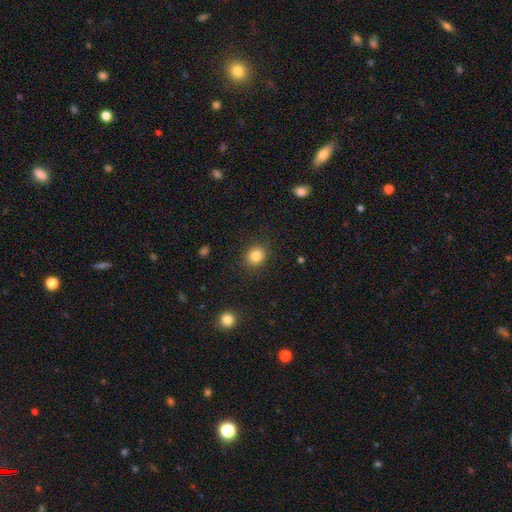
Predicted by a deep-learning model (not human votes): smooth-or-featured: smooth: 84% | star or artifact: 11% | featured or disk: 5%
  how-rounded: round: 73% | in between: 26% | cigar-shaped: 1%
  merging: none: 88% | minor disturbance: 8% | major disturbance: 3% | merger: 1%